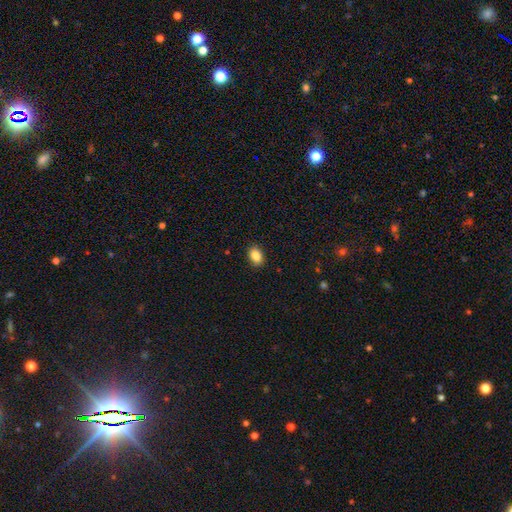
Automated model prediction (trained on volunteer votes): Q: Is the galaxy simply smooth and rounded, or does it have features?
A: smooth — 86%.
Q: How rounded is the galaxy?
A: in between — 78%.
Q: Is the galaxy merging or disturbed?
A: none — 90%.